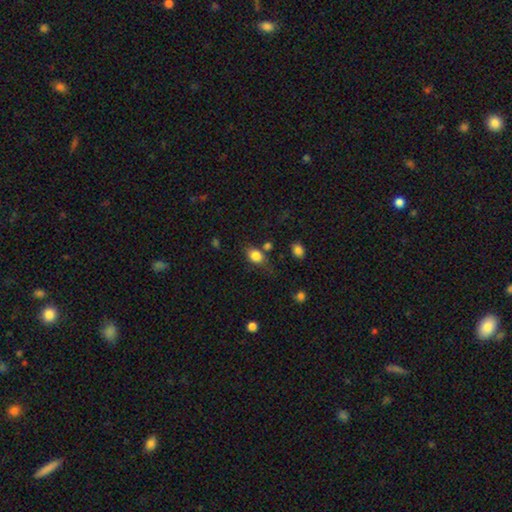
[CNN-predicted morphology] This is clearly a smooth galaxy (84%). How rounded: likely in between (63%). Merging: likely none (63%).